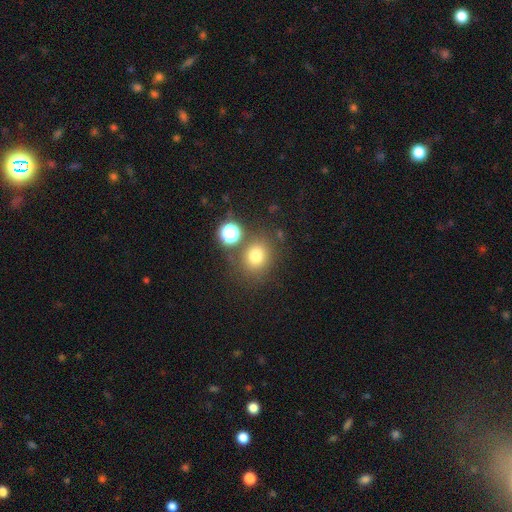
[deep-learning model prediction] Smooth or featured: smooth — 75% (star or artifact — 16%)
How rounded: round — 75% (in between — 24%)
Merging: none — 75% (minor disturbance — 11%)